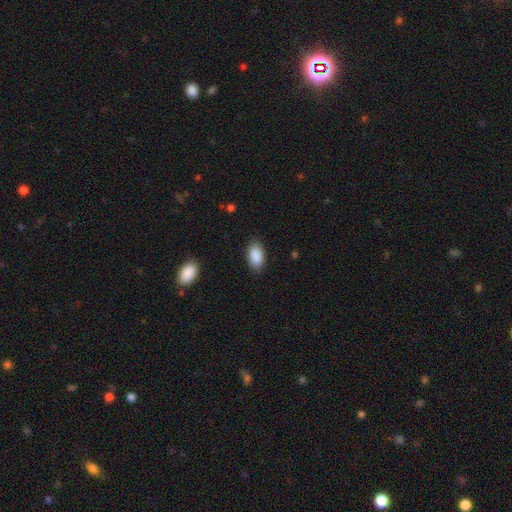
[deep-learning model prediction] Q: Smooth or featured?
A: smooth (90%); runner-up: star or artifact (6%)
Q: How rounded?
A: in between (94%); runner-up: round (3%)
Q: Merging?
A: none (86%); runner-up: minor disturbance (10%)